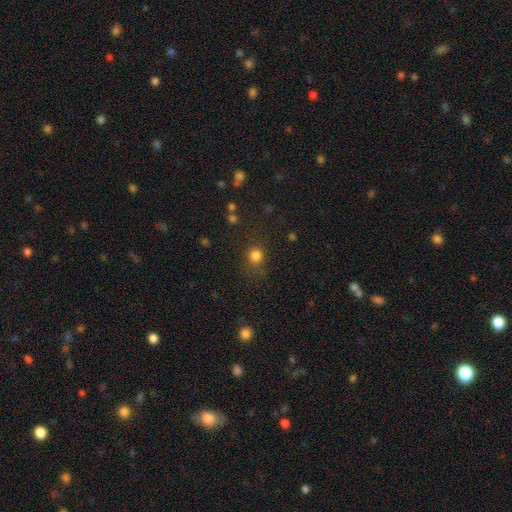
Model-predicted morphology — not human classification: A smooth galaxy with no disk features (81%) that is round (88%).

Vote fractions:
- Smooth or featured? smooth: 81% / star or artifact: 14% / featured or disk: 5%
- How rounded? round: 88% / in between: 11% / cigar-shaped: 1%
- Merging? none: 81% / minor disturbance: 11% / major disturbance: 5% / merger: 3%